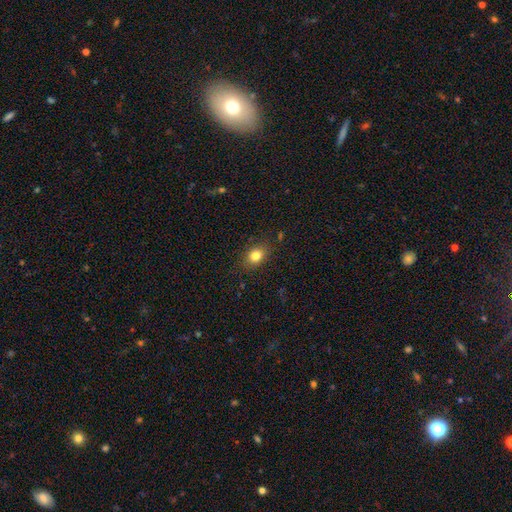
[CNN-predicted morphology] This appears to be a smooth galaxy with no disk features (81%) that is in between round and cigar-shaped (64%). Merging: none (83%).